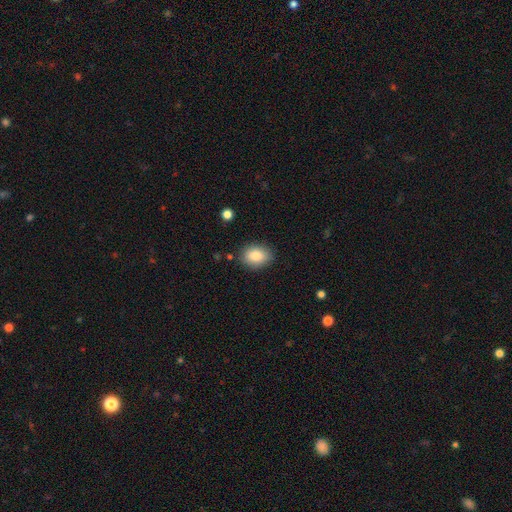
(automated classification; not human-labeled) A smooth galaxy with no disk features (86%) that is in between round and cigar-shaped (71%).

Vote fractions:
- Smooth or featured? smooth: 86% / star or artifact: 8% / featured or disk: 6%
- How rounded? in between: 71% / round: 27% / cigar-shaped: 1%
- Merging? none: 84% / minor disturbance: 11% / major disturbance: 3% / merger: 2%